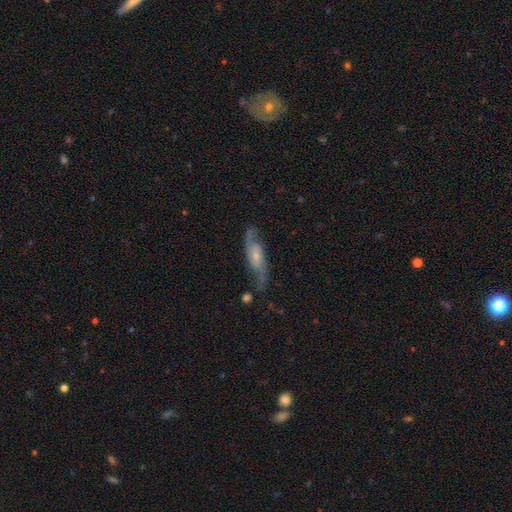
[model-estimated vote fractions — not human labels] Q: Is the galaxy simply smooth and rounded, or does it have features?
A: featured or disk — 80%.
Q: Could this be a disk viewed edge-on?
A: no — 85%.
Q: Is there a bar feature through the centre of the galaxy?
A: no — 52%.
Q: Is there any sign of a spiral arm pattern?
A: yes — 94%.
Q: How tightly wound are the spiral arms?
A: loose — 43%.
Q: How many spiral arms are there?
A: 2 — 87%.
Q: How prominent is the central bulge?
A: small — 52%.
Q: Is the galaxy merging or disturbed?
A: none — 69%.